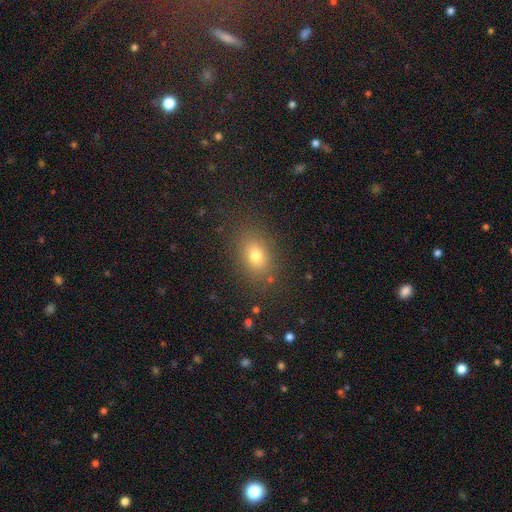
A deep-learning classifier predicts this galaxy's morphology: A smooth galaxy with no disk features (75%) that is in between round and cigar-shaped (73%). Merging: none (84%).